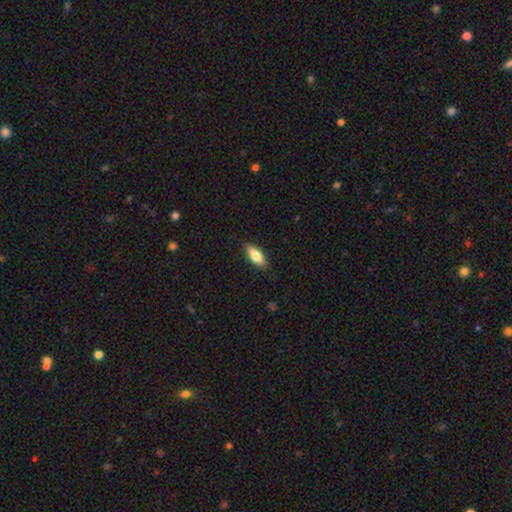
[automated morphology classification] The model was most divided on "how rounded": in between: 74%, cigar-shaped: 24%, round: 2%. More confident: merging — none (86%); smooth or featured — smooth (75%).